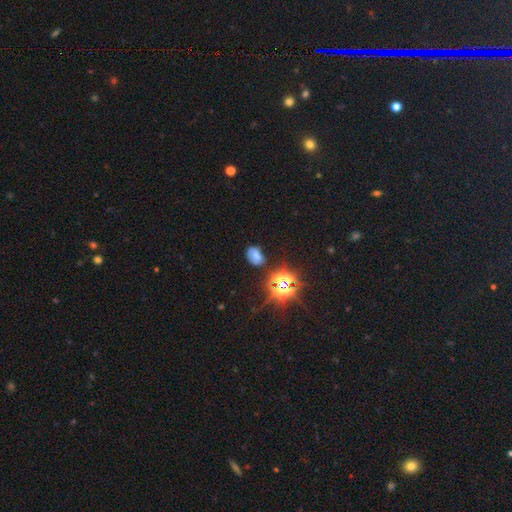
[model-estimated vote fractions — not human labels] Overall: smooth (53%; star or artifact 26%). How rounded: in between (73%). Merging: none (65%).